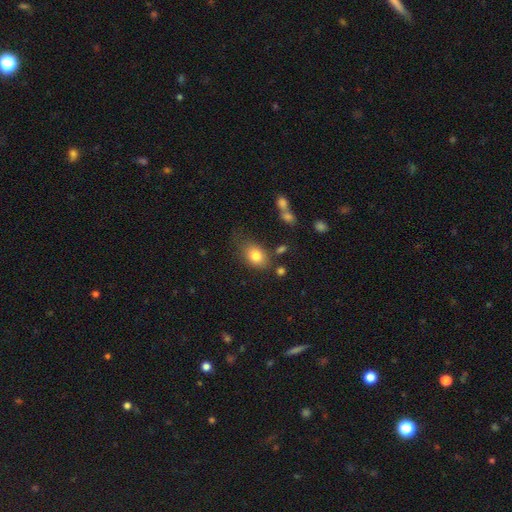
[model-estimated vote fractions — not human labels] smooth 81%, featured or disk 10%, star or artifact 9%. Down the decision tree: how rounded — in between (76%); merging — none (64%).